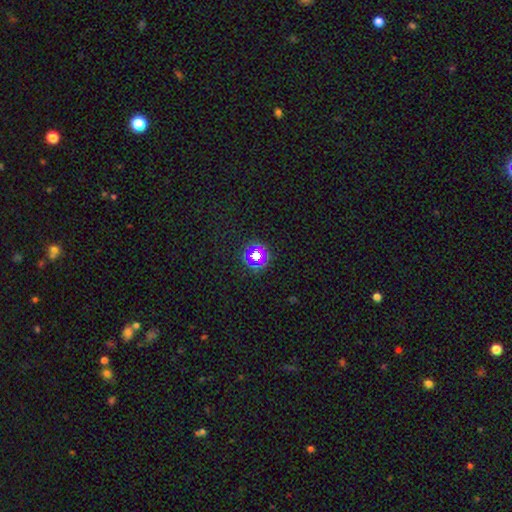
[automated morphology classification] Smooth or featured?
  - star or artifact: 59% *
  - smooth: 30%
  - featured or disk: 11%